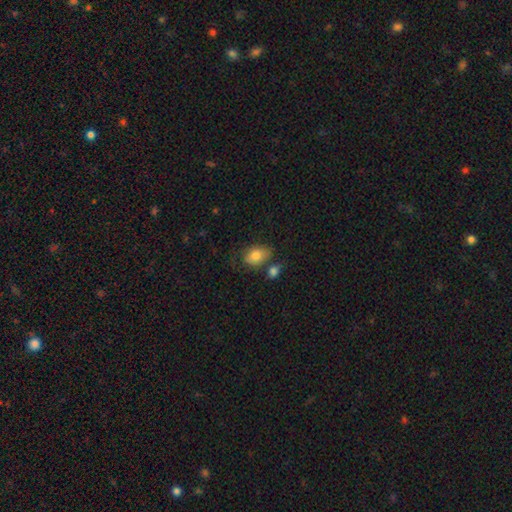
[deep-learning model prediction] Morphology: type=smooth (80%); roundness=in between (80%); merging=none (52%).